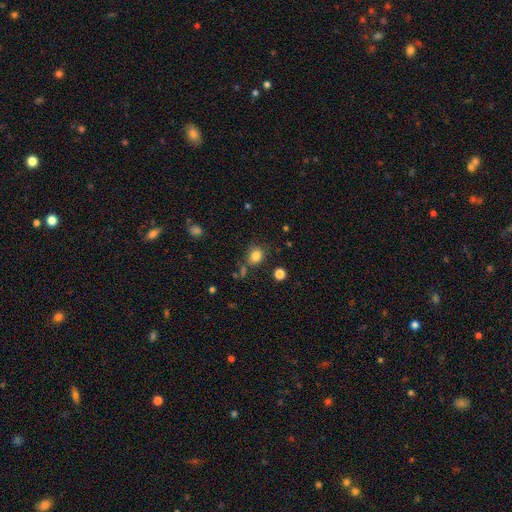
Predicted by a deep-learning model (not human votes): Smooth or featured? smooth (82%)
How rounded? round (65%)
Merging? none (75%)